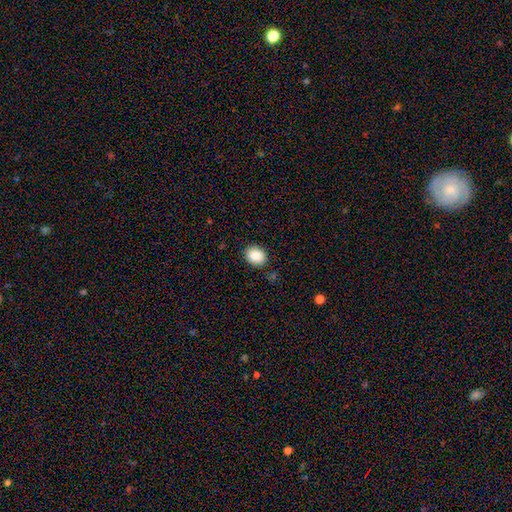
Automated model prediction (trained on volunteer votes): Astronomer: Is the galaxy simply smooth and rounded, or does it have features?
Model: smooth — 88%.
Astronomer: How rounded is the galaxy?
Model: in between — 55% (runner-up: round, 44%).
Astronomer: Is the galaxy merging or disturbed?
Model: none — 88%.